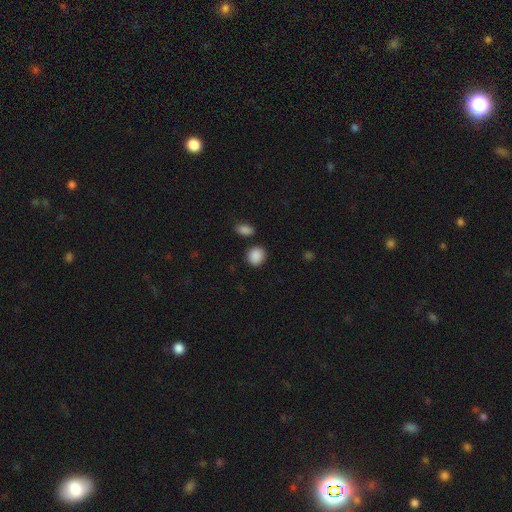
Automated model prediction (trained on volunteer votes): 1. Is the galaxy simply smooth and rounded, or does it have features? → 89% smooth, 8% star or artifact, 3% featured or disk.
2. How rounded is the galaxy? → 73% round, 26% in between, 1% cigar-shaped.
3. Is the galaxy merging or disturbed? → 83% none, 9% minor disturbance, 5% merger, 3% major disturbance.